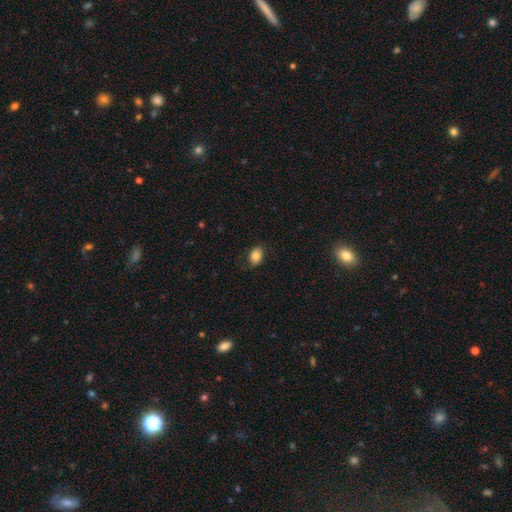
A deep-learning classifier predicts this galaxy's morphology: This is clearly a smooth galaxy (82%). How rounded: likely in between (78%). Merging: likely none (80%).